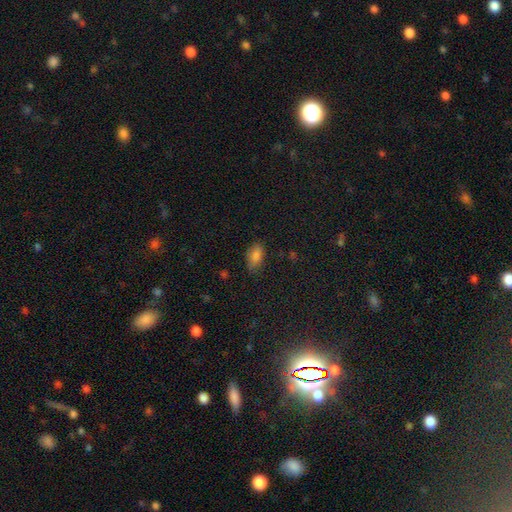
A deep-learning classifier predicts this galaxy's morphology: smooth 83%, star or artifact 10%, featured or disk 7%. Down the decision tree: how rounded — in between (90%); merging — none (76%).